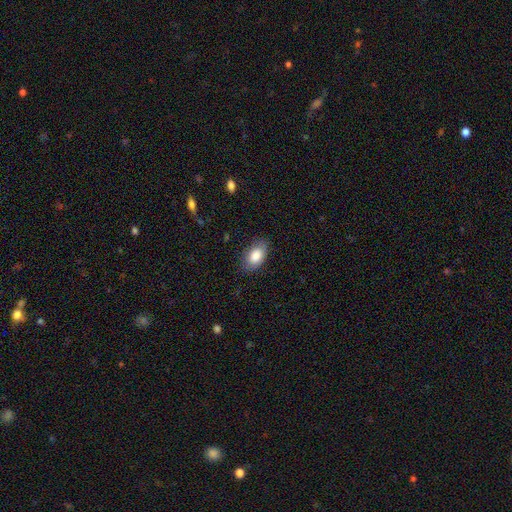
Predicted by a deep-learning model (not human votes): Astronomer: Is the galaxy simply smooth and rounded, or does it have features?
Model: smooth — 84%.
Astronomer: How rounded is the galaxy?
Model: in between — 92%.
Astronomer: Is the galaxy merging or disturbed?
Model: none — 80%.